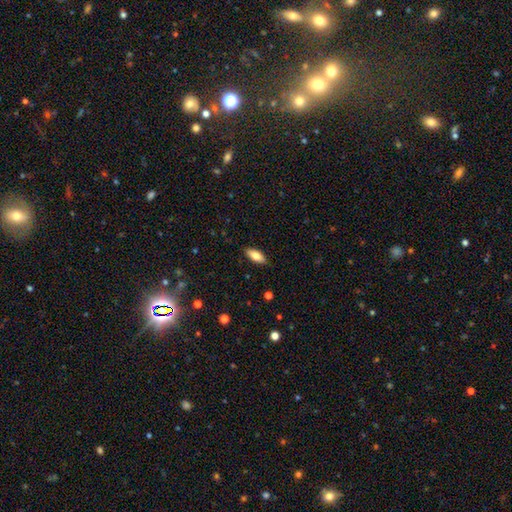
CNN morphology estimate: A smooth galaxy with no disk features (77%) that is in between round and cigar-shaped (82%). Merging: none (87%).